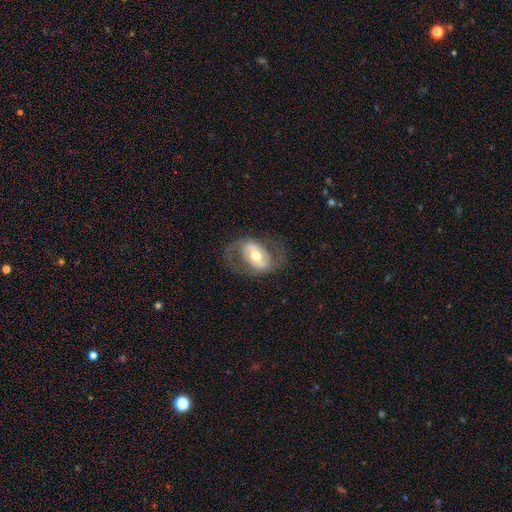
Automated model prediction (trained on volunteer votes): This appears to be a featured or disk galaxy (75%) with a weak bar (36%), 2 (86%) medium (49%) spiral arms (75%) and a moderate central bulge (70%). Merging: none (69%).